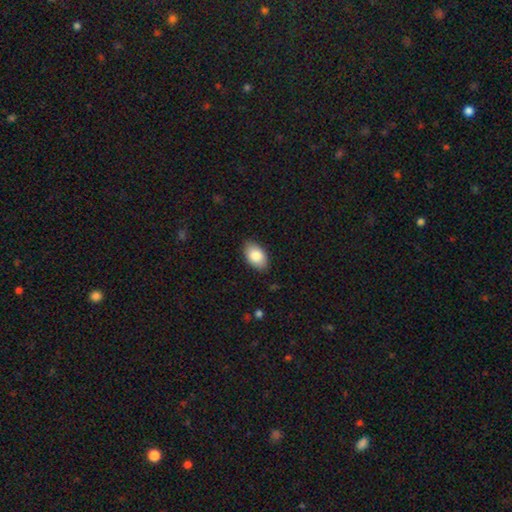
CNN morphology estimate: Overall: smooth (85%). How rounded: in between (92%). Merging: none (86%).